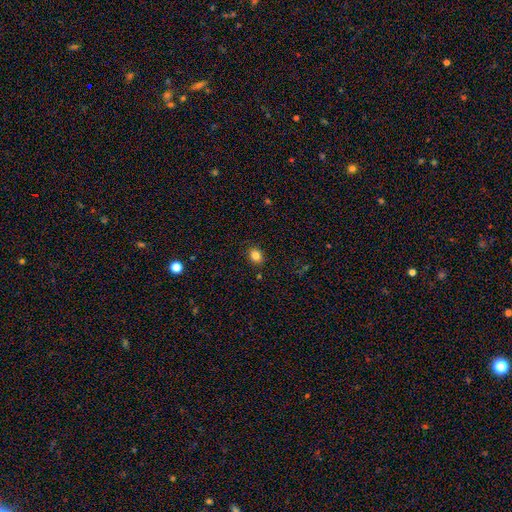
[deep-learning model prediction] smooth 83%, star or artifact 11%, featured or disk 6%. Down the decision tree: how rounded — in between (55%); merging — none (87%).